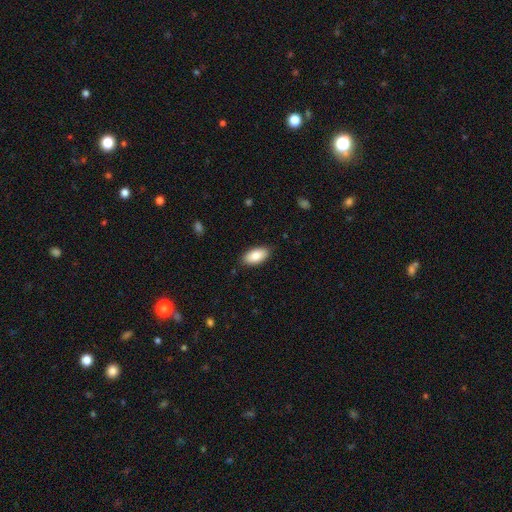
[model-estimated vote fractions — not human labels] Smooth or featured? Predicted: smooth (p=0.87). How rounded? Predicted: in between (p=0.93). Merging? Predicted: none (p=0.87).